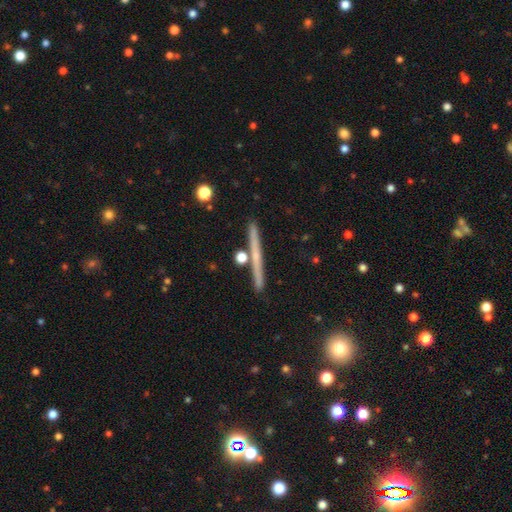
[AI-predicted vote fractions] Smooth or featured: featured or disk — 59% (smooth — 35%)
Edge-on disk: yes — 97% (no — 3%)
Edge-on bulge: none — 67% (rounded — 29%)
Merging: none — 88% (minor disturbance — 7%)